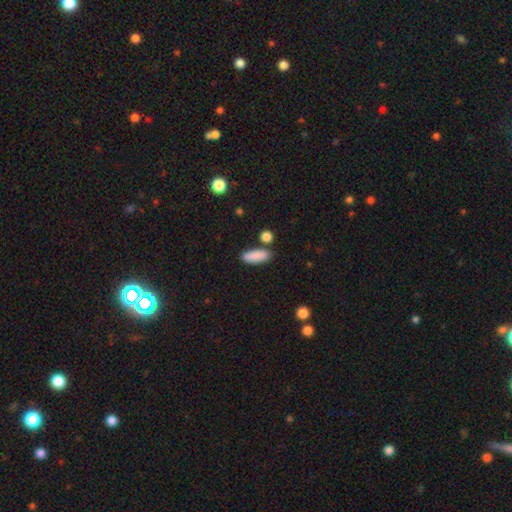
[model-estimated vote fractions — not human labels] Smooth or featured?
  - smooth: 88% *
  - star or artifact: 6%
  - featured or disk: 5%
How rounded?
  - in between: 66% *
  - cigar-shaped: 31%
  - round: 3%
Merging?
  - none: 79% *
  - minor disturbance: 10%
  - merger: 7%
  - major disturbance: 3%